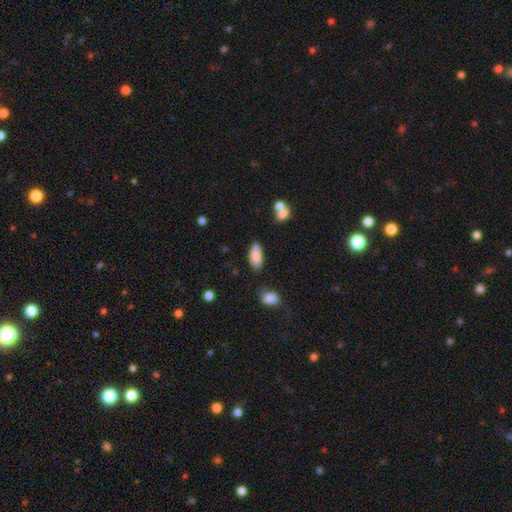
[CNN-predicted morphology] Smooth or featured: smooth — 86% (star or artifact — 7%)
How rounded: in between — 85% (cigar-shaped — 13%)
Merging: none — 72% (minor disturbance — 18%)